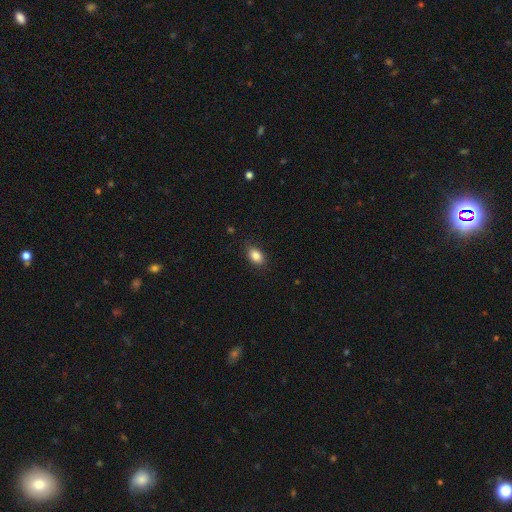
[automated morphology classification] smooth 86%, star or artifact 9%, featured or disk 6%. Down the decision tree: how rounded — in between (84%); merging — none (86%).